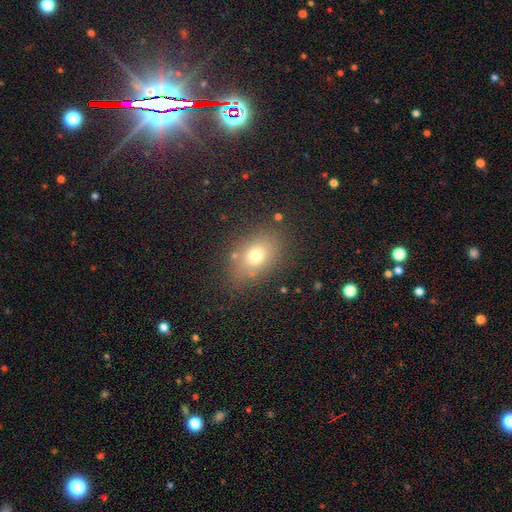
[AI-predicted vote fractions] Smooth or featured?
  - smooth: 72% *
  - star or artifact: 15%
  - featured or disk: 14%
How rounded?
  - in between: 74% *
  - round: 24%
  - cigar-shaped: 2%
Merging?
  - none: 80% *
  - minor disturbance: 12%
  - major disturbance: 4%
  - merger: 4%